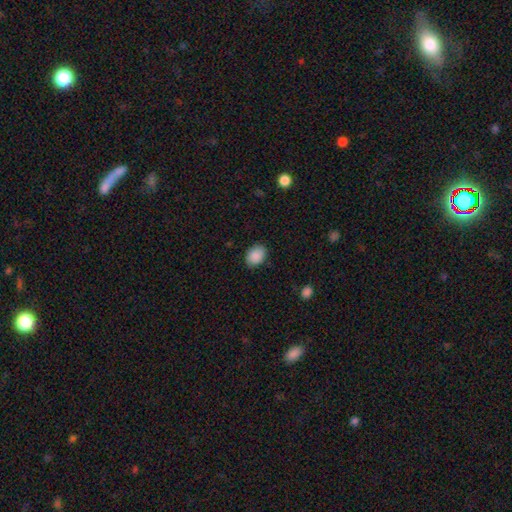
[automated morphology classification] A smooth galaxy with no disk features (90%) that is in between round and cigar-shaped (71%). Merging: none (86%).